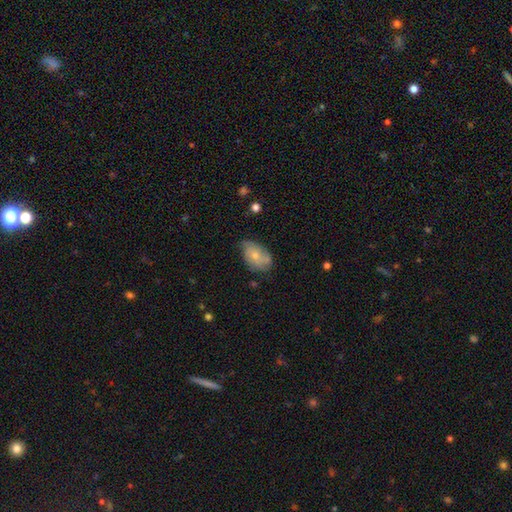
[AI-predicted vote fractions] Overall: smooth (55%; featured or disk 38%). How rounded: in between (88%). Merging: none (54%; minor disturbance 34%).